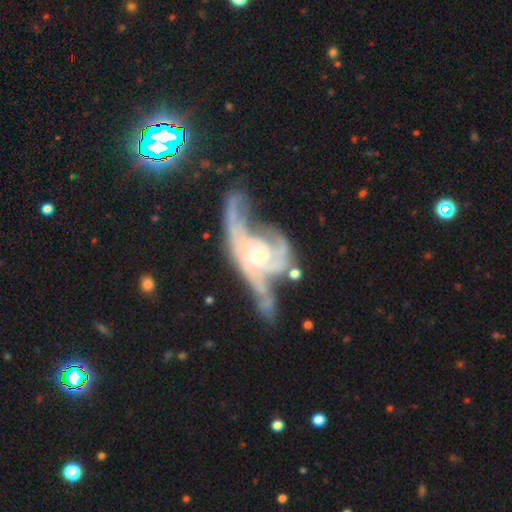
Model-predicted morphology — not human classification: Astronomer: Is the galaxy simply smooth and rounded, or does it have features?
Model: featured or disk — 84%.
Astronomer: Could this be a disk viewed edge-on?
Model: no — 93%.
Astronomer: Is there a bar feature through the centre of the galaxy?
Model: no — 67%.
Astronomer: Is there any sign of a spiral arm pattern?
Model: yes — 89%.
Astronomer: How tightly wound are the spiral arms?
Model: medium — 40% (runner-up: loose, 34%).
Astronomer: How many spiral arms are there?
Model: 2 — 50%.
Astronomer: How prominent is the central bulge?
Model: small — 67%.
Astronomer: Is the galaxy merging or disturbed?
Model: major disturbance — 39% (runner-up: merger, 23%).